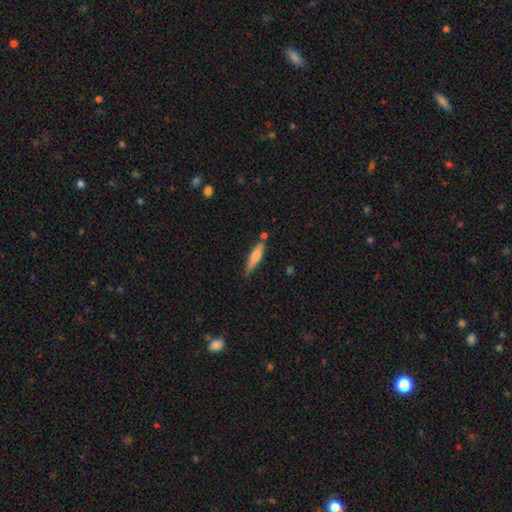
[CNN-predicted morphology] Smooth or featured? Predicted: smooth (p=0.60). How rounded? Predicted: cigar-shaped (p=0.80). Merging? Predicted: none (p=0.73).